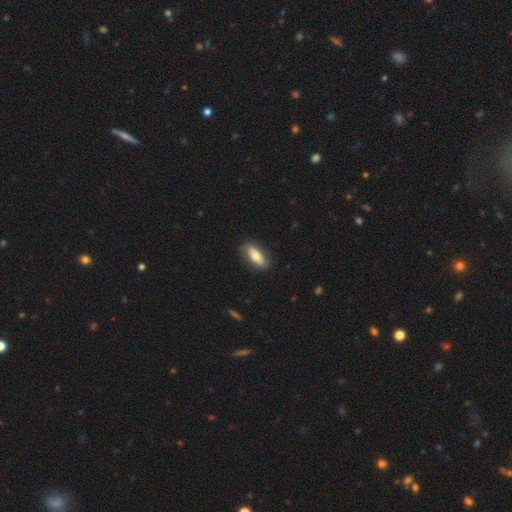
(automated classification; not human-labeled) Smooth or featured?
  - smooth: 65% *
  - featured or disk: 29%
  - star or artifact: 6%
How rounded?
  - in between: 82% *
  - cigar-shaped: 15%
  - round: 3%
Merging?
  - none: 80% *
  - minor disturbance: 15%
  - major disturbance: 4%
  - merger: 1%